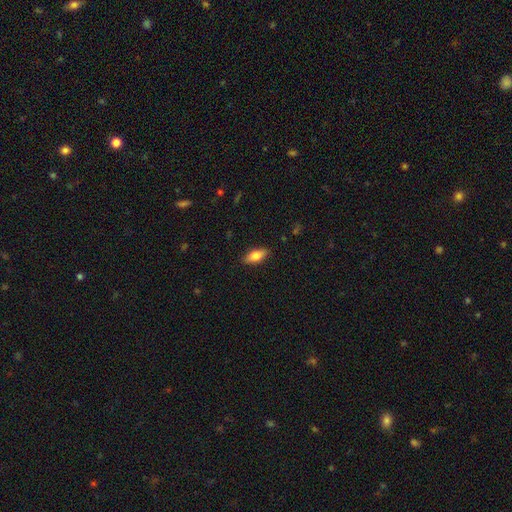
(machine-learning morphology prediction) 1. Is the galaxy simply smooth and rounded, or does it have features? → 76% smooth, 18% featured or disk, 7% star or artifact.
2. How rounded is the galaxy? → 82% in between, 15% cigar-shaped, 3% round.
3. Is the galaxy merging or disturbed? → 87% none, 10% minor disturbance, 2% major disturbance, 1% merger.